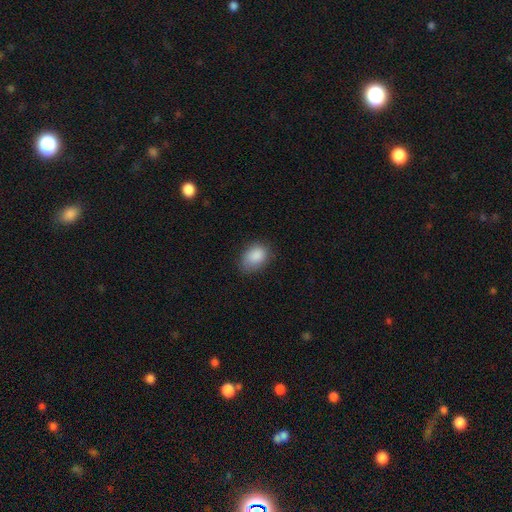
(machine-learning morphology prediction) Smooth or featured?
  - smooth: 88% *
  - star or artifact: 7%
  - featured or disk: 5%
How rounded?
  - in between: 78% *
  - round: 21%
  - cigar-shaped: 1%
Merging?
  - none: 72% *
  - minor disturbance: 22%
  - major disturbance: 5%
  - merger: 1%